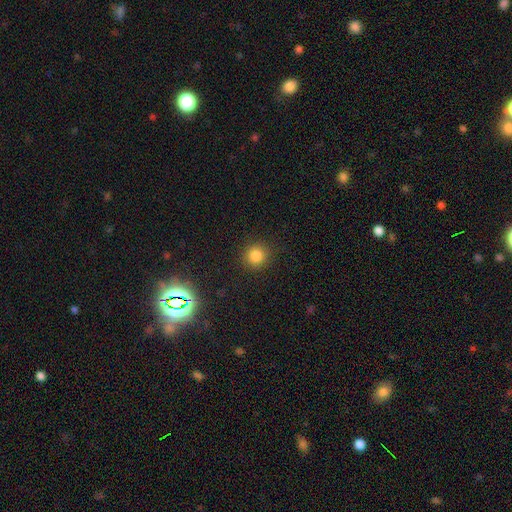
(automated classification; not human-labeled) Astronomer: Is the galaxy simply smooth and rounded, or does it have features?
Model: smooth — 82%.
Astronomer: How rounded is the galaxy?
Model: round — 92%.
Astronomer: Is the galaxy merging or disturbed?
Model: none — 90%.